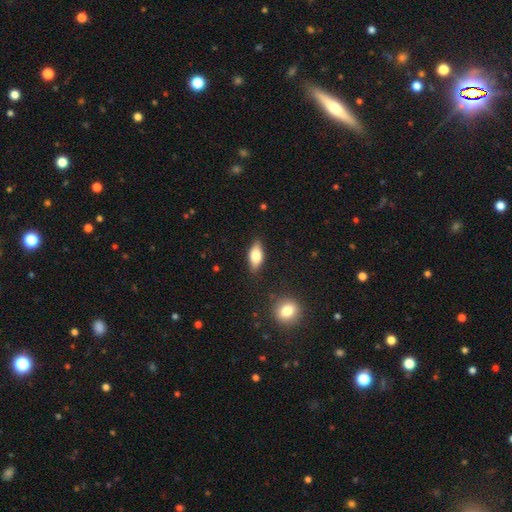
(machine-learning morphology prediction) Smooth or featured: smooth — 73% (featured or disk — 20%)
How rounded: in between — 83% (cigar-shaped — 13%)
Merging: none — 83% (minor disturbance — 12%)